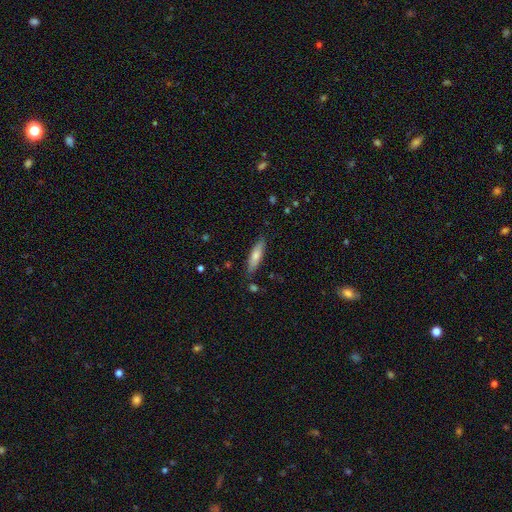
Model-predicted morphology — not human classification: smooth_or_featured: smooth (p=0.71) [alt: featured or disk p=0.23]
how_rounded: cigar-shaped (p=0.70) [alt: in between p=0.29]
merging: none (p=0.85) [alt: minor disturbance p=0.11]